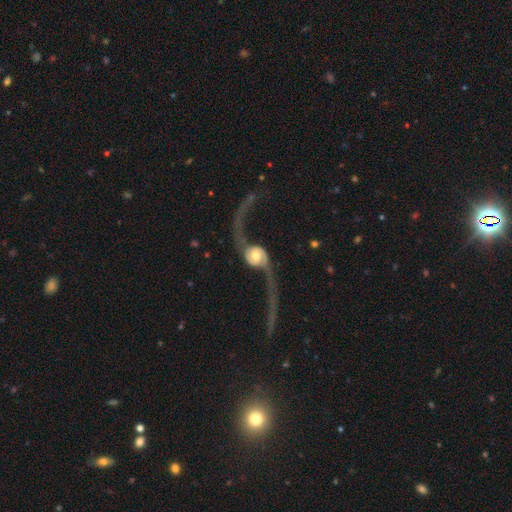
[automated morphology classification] Smooth or featured? featured or disk (87%)
Edge-on disk? no (93%)
Bar? no (65%)
Spiral arms? yes (93%)
Spiral winding? loose (93%)
Spiral arm count? 2 (93%)
Bulge size? moderate (58%)
Merging? none (43%)